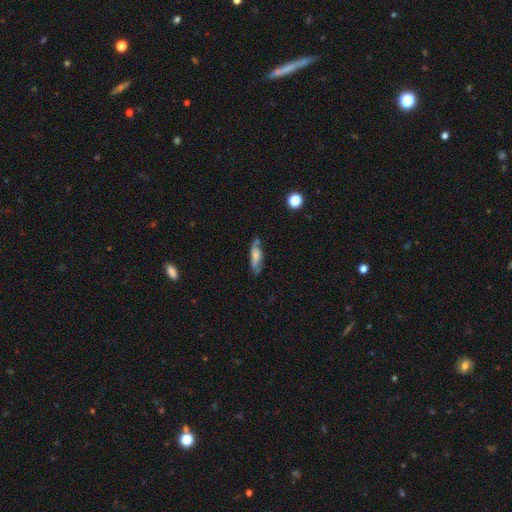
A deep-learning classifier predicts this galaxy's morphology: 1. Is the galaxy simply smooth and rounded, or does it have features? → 53% smooth, 39% featured or disk, 8% star or artifact.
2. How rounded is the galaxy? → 53% cigar-shaped, 44% in between, 3% round.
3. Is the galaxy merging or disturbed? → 60% none, 27% minor disturbance, 8% major disturbance, 5% merger.